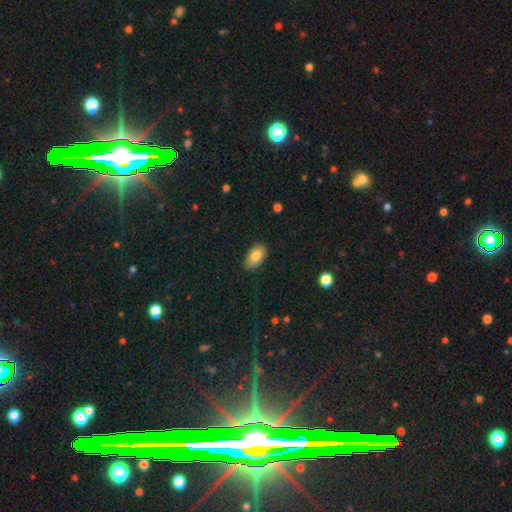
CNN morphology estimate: The model was most divided on "smooth or featured": smooth: 83%, featured or disk: 10%, star or artifact: 7%. More confident: how rounded — in between (93%); merging — none (86%).